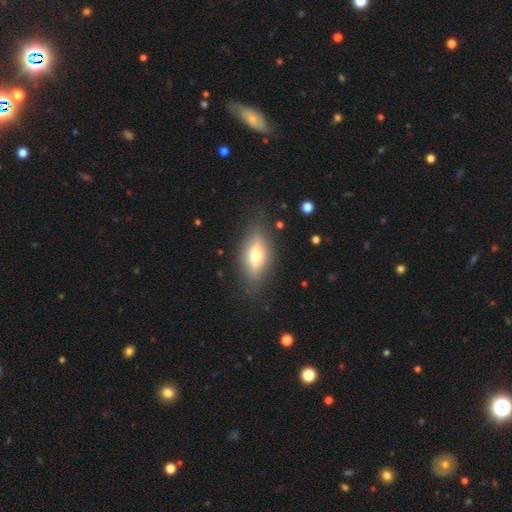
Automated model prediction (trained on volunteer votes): Smooth or featured: smooth — 52% (featured or disk — 40%)
How rounded: in between — 70% (cigar-shaped — 26%)
Merging: none — 80% (minor disturbance — 14%)